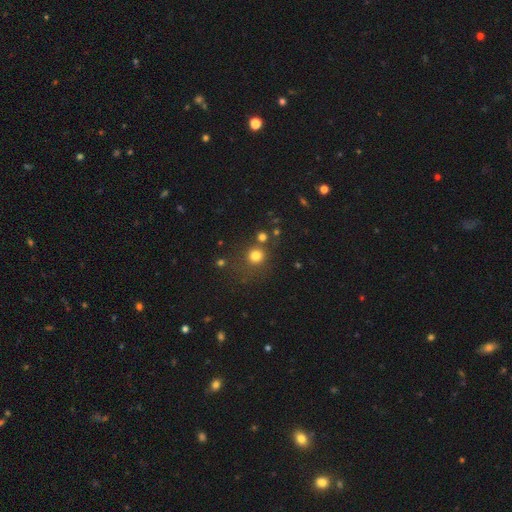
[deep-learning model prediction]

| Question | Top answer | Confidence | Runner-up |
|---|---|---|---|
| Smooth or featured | smooth | 77% | star or artifact (16%) |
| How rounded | round | 90% | in between (9%) |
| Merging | none | 71% | merger (13%) |